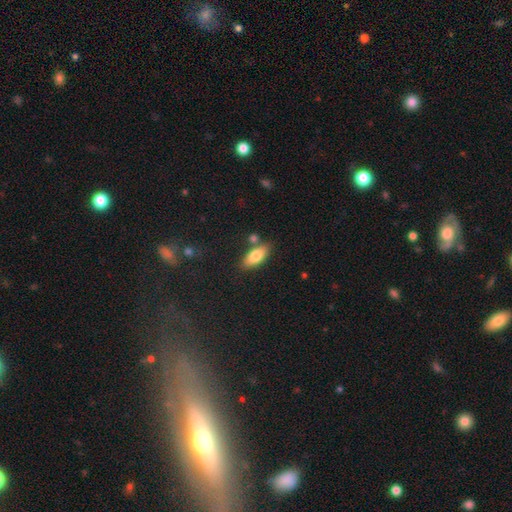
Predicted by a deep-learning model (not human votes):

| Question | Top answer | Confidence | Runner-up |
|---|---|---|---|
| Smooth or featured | smooth | 78% | featured or disk (15%) |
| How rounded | in between | 81% | cigar-shaped (16%) |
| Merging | none | 77% | minor disturbance (12%) |